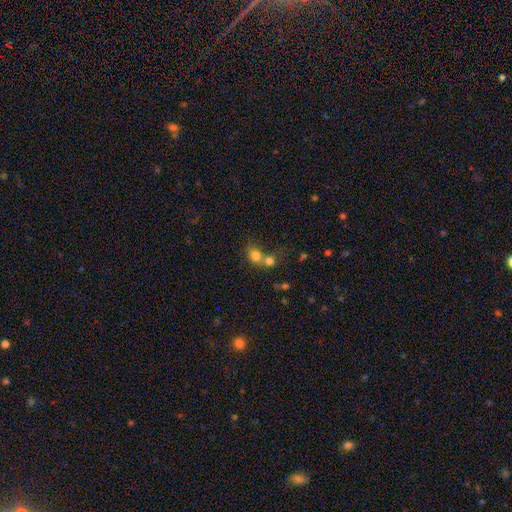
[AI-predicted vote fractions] Smooth or featured: smooth — 77% (star or artifact — 13%)
How rounded: round — 64% (in between — 35%)
Merging: merger — 55% (none — 34%)